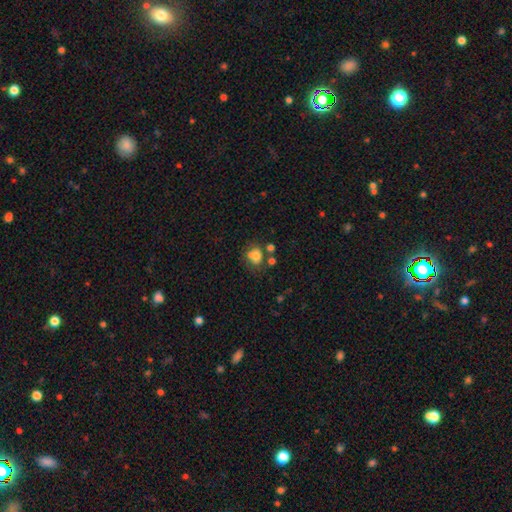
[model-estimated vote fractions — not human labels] smooth_or_featured: smooth (p=0.69) [alt: featured or disk p=0.19]
how_rounded: round (p=0.56) [alt: in between p=0.43]
merging: none (p=0.48) [alt: merger p=0.22]